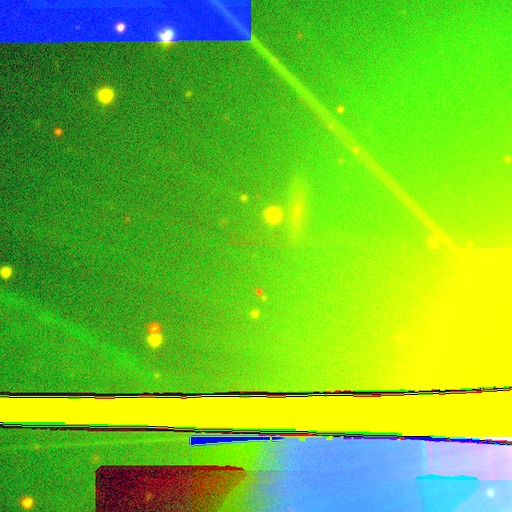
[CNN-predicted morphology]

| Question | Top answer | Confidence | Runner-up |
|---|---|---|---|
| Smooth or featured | star or artifact | 85% | smooth (8%) |